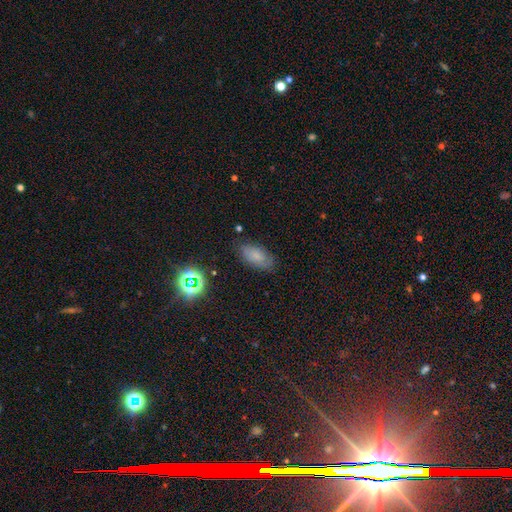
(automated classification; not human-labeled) Q: Smooth or featured?
A: smooth (69%); runner-up: featured or disk (15%)
Q: How rounded?
A: in between (91%); runner-up: cigar-shaped (5%)
Q: Merging?
A: none (78%); runner-up: minor disturbance (16%)